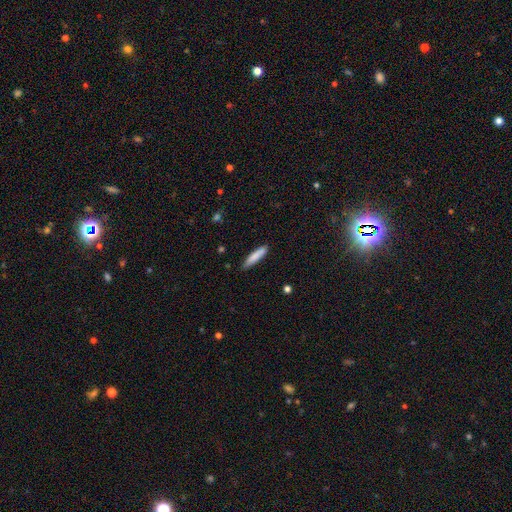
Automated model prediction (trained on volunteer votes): Smooth or featured? smooth (81%)
How rounded? cigar-shaped (87%)
Merging? none (81%)